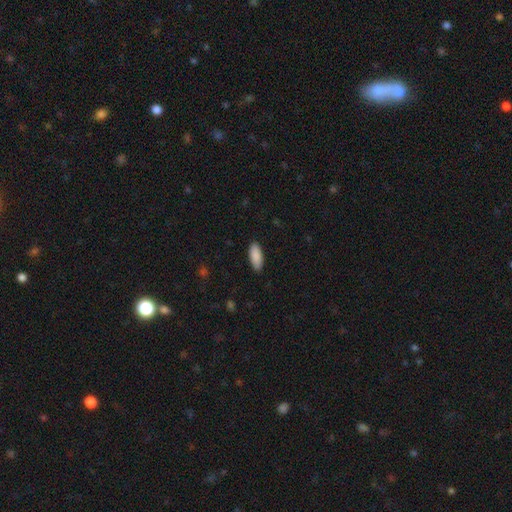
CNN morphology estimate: type=smooth (90%); roundness=in between (82%); merging=none (89%).